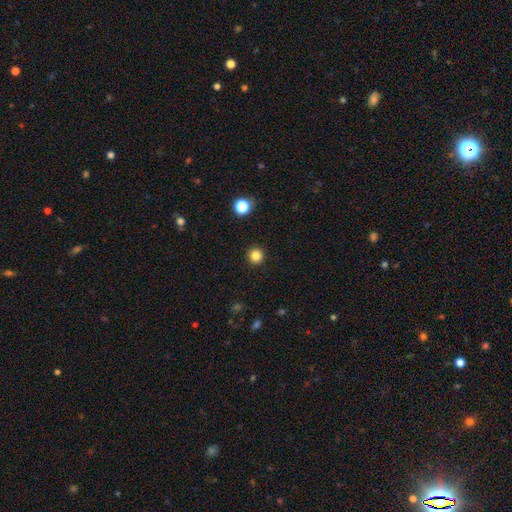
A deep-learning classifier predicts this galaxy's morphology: Q: Smooth or featured?
A: smooth (83%); runner-up: star or artifact (13%)
Q: How rounded?
A: round (96%); runner-up: in between (3%)
Q: Merging?
A: none (93%); runner-up: minor disturbance (4%)